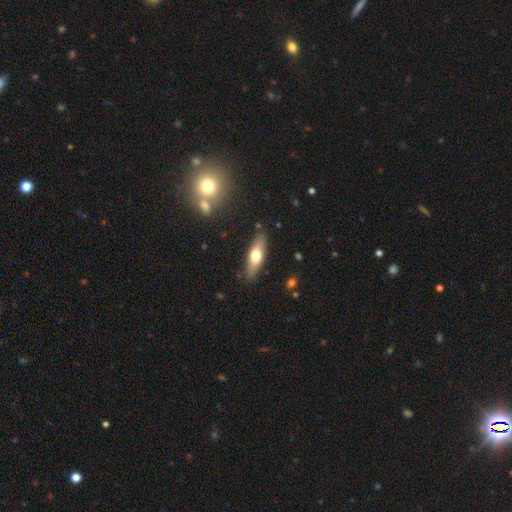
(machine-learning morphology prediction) Smooth or featured: smooth — 59% (featured or disk — 34%)
How rounded: cigar-shaped — 49% (in between — 48%)
Merging: none — 86% (minor disturbance — 10%)